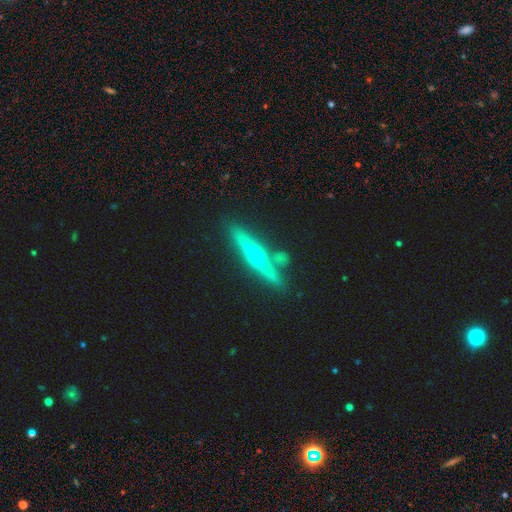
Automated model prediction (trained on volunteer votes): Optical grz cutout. It shows a featured or disk galaxy (77%) viewed edge-on (97%) with a rounded central bulge (93%). Merging: none (80%).